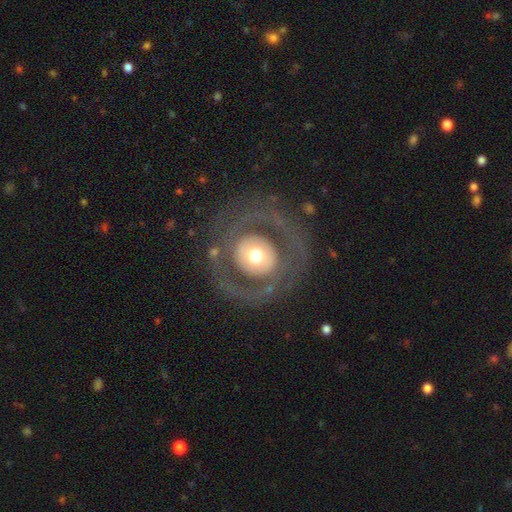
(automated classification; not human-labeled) This is likely a featured or disk galaxy (60%). It is clearly not viewed edge-on (95%). Bar: clearly no (85%). Spiral arm pattern: likely no (69%). Central bulge: possibly moderate (54%). Merging: likely none (75%).